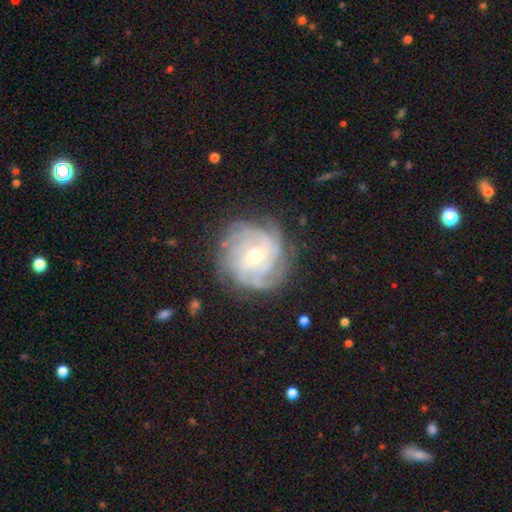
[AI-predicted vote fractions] Smooth or featured? featured or disk (85%)
Edge-on disk? no (98%)
Bar? no (58%)
Spiral arms? yes (97%)
Spiral winding? tight (74%)
Spiral arm count? can't tell (31%)
Bulge size? moderate (50%)
Merging? none (79%)